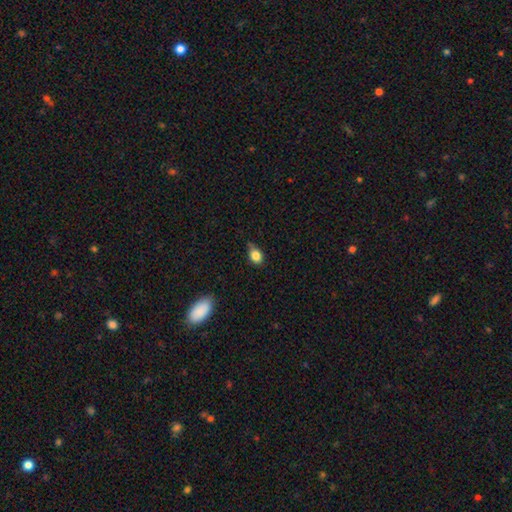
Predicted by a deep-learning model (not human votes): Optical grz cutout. It shows a smooth galaxy with no disk features (83%) that is in between round and cigar-shaped (62%). Merging: none (49%).